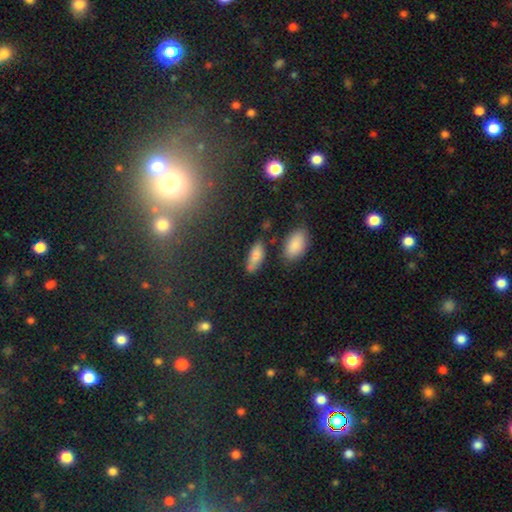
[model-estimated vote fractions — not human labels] Q: Smooth or featured?
A: smooth (82%); runner-up: star or artifact (9%)
Q: How rounded?
A: in between (79%); runner-up: cigar-shaped (18%)
Q: Merging?
A: none (70%); runner-up: minor disturbance (19%)